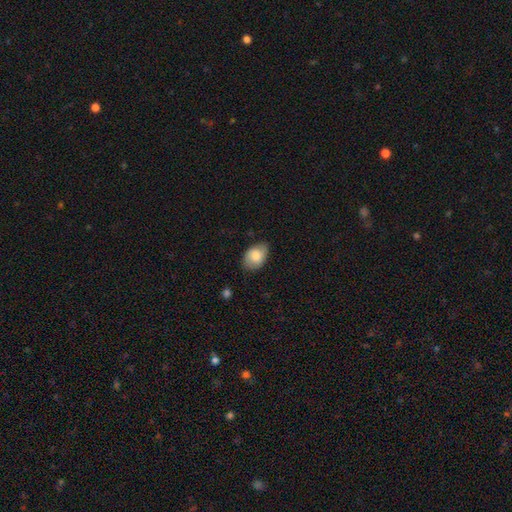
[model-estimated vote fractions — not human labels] Smooth or featured?
  - smooth: 74% *
  - featured or disk: 19%
  - star or artifact: 7%
How rounded?
  - in between: 83% *
  - round: 16%
  - cigar-shaped: 1%
Merging?
  - none: 72% *
  - minor disturbance: 22%
  - major disturbance: 4%
  - merger: 1%